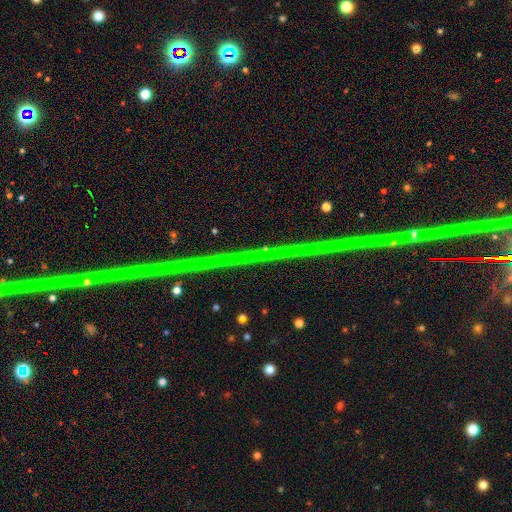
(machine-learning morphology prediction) smooth_or_featured: star or artifact (p=0.87) [alt: featured or disk p=0.08]